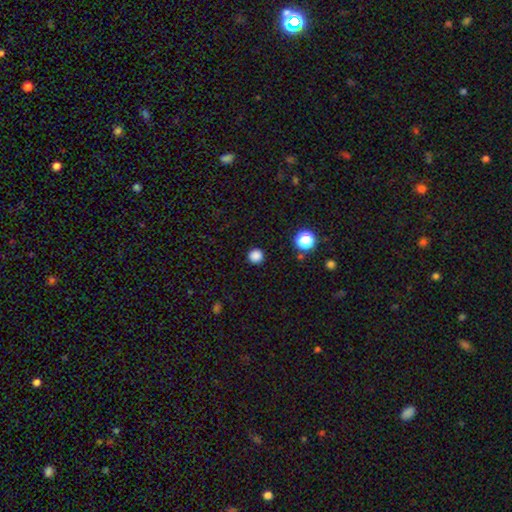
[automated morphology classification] smooth_or_featured: smooth (p=0.84) [alt: star or artifact p=0.13]
how_rounded: round (p=0.95) [alt: in between p=0.04]
merging: none (p=0.92) [alt: minor disturbance p=0.05]